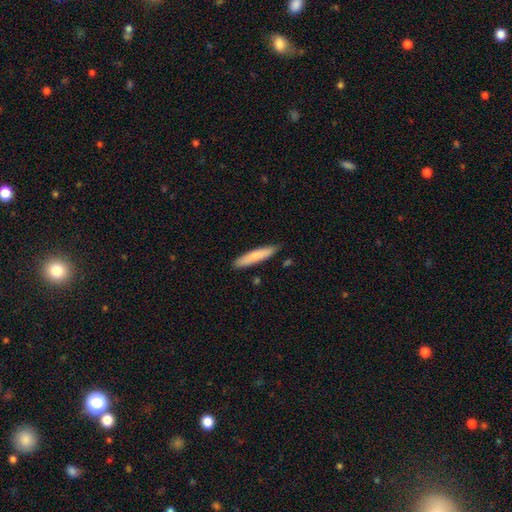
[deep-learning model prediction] The model was most divided on "smooth or featured": smooth: 79%, featured or disk: 16%, star or artifact: 6%. More confident: how rounded — cigar-shaped (89%); merging — none (87%).